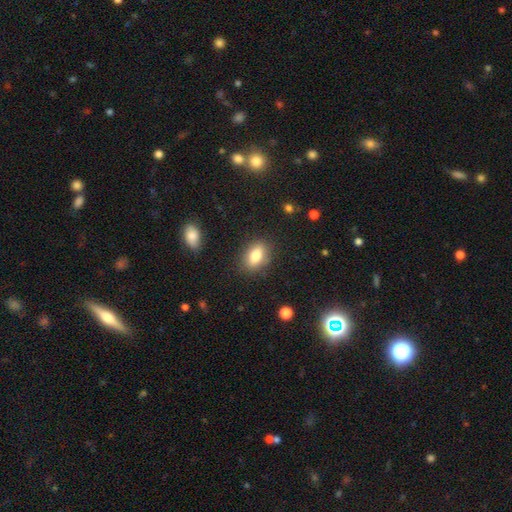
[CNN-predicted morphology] Q: Smooth or featured?
A: smooth (80%); runner-up: featured or disk (11%)
Q: How rounded?
A: in between (83%); runner-up: round (13%)
Q: Merging?
A: none (84%); runner-up: minor disturbance (11%)